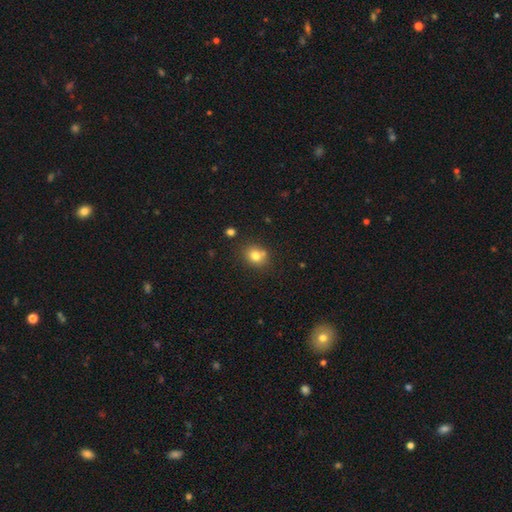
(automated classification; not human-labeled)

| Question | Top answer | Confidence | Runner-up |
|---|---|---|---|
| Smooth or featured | smooth | 78% | star or artifact (12%) |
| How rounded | round | 65% | in between (34%) |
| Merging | none | 71% | minor disturbance (13%) |